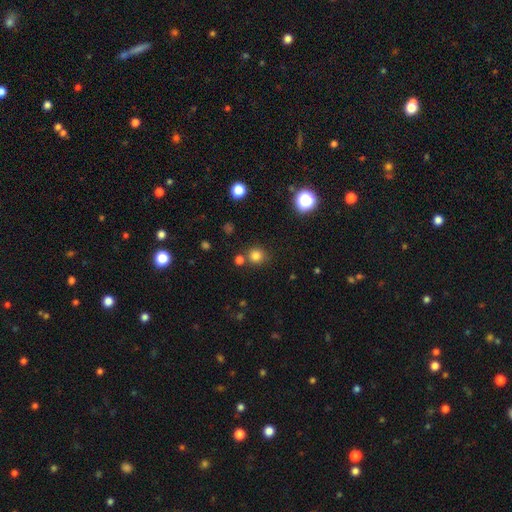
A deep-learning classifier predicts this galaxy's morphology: Smooth or featured? smooth (80%)
How rounded? round (90%)
Merging? none (78%)